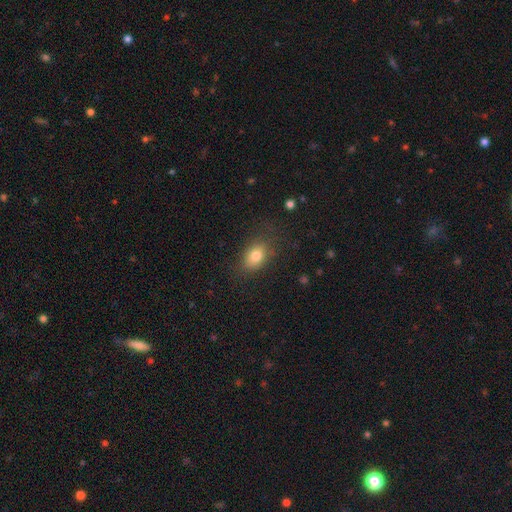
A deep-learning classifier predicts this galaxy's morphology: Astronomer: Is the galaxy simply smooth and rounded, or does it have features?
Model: smooth — 80%.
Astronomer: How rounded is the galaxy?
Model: in between — 81%.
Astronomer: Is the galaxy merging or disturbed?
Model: none — 77%.